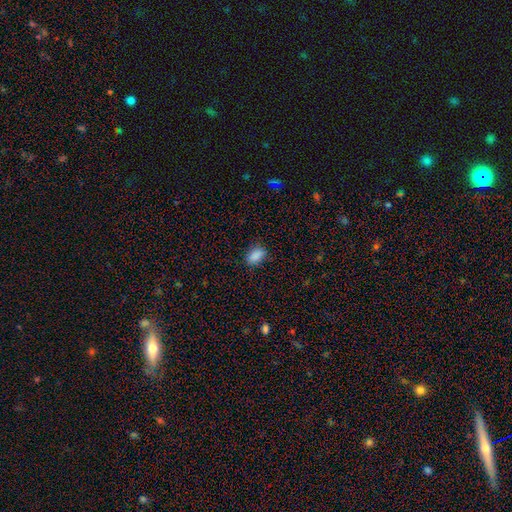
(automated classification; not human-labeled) The model was most divided on "merging": none: 80%, minor disturbance: 15%, major disturbance: 4%, merger: 1%. More confident: smooth or featured — smooth (87%); how rounded — in between (87%).